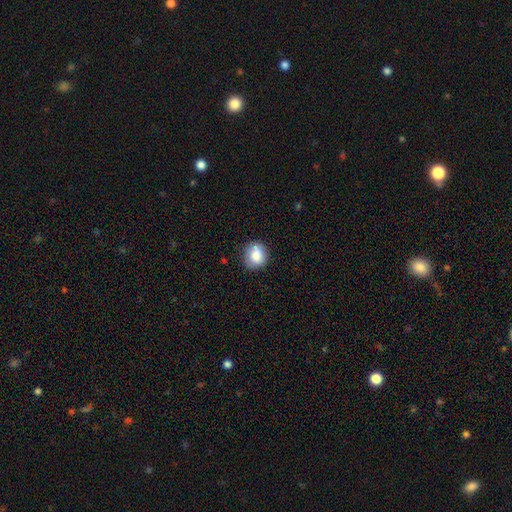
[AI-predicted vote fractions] smooth 78%, featured or disk 13%, star or artifact 9%. Down the decision tree: how rounded — round (74%); merging — none (76%).